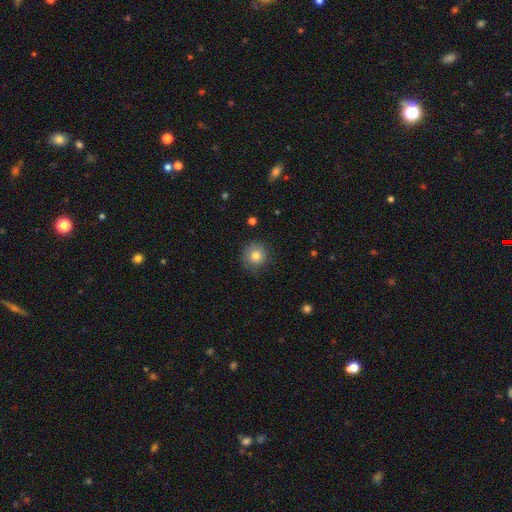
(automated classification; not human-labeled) smooth_or_featured: smooth (p=0.81) [alt: star or artifact p=0.11]
how_rounded: round (p=0.93) [alt: in between p=0.06]
merging: none (p=0.82) [alt: minor disturbance p=0.14]